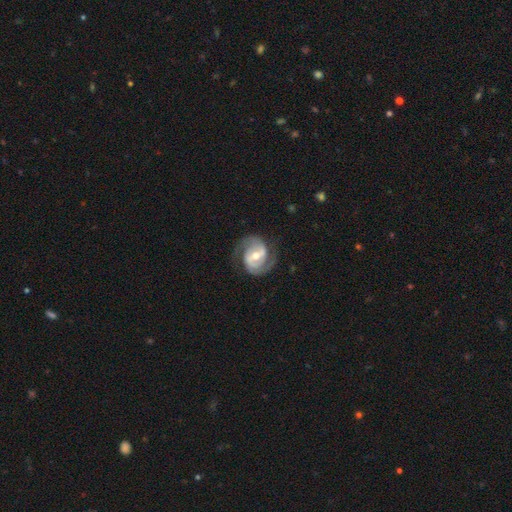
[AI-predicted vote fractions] Smooth or featured? featured or disk (89%)
Edge-on disk? no (98%)
Bar? weak (46%)
Spiral arms? yes (97%)
Spiral winding? medium (48%)
Spiral arm count? 2 (90%)
Bulge size? moderate (68%)
Merging? none (77%)